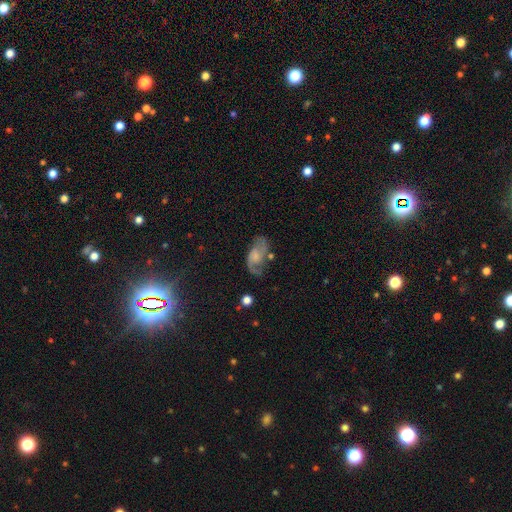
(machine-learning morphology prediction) This appears to be a featured or disk galaxy (70%) with no bar (60%), 2 (82%) medium (46%) spiral arms (90%) and a small central bulge (32%). Merging: none (59%).